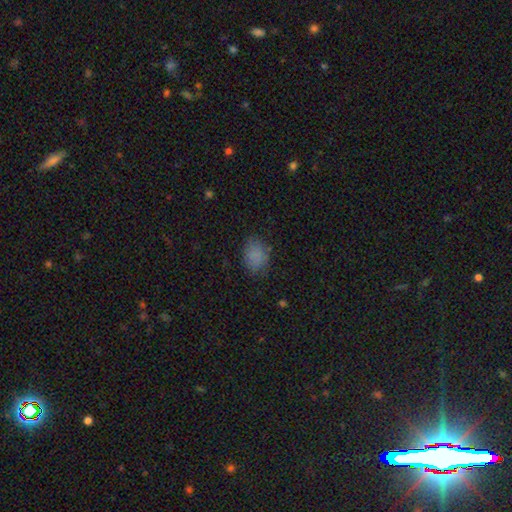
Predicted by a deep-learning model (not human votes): This is clearly a smooth galaxy (83%). How rounded: likely in between (67%). Merging: likely none (77%).